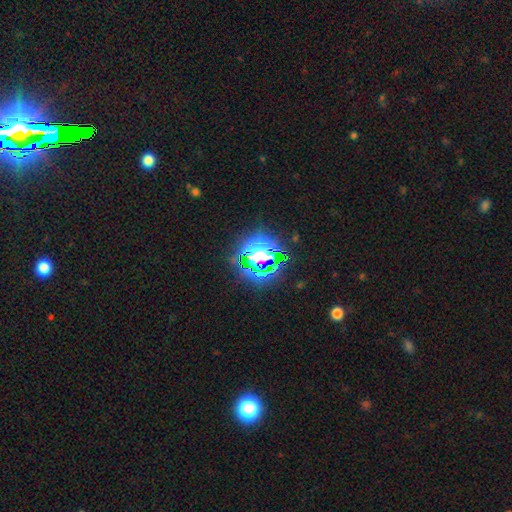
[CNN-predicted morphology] A star or artifact, not a galaxy (65%).